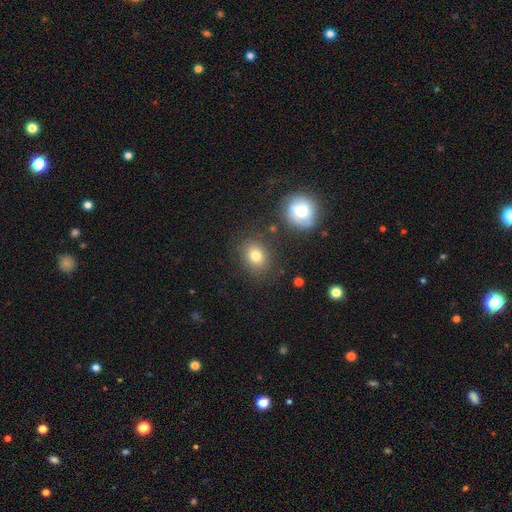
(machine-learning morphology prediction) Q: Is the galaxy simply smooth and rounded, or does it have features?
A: smooth — 78%.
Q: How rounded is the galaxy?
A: round — 61%.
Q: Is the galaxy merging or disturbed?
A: none — 81%.